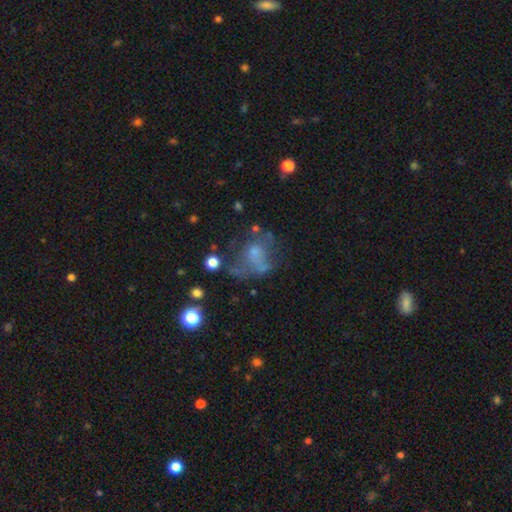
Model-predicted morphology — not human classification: Smooth or featured? smooth (42%)
Merging? major disturbance (40%)